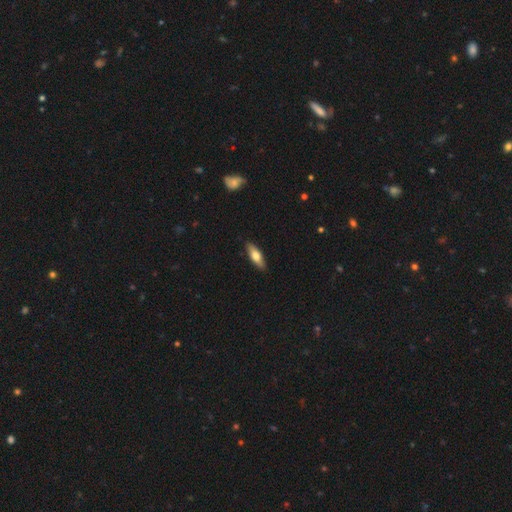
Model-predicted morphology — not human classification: Overall: smooth (67%; featured or disk 27%). How rounded: in between (56%; cigar-shaped 42%). Merging: none (87%).